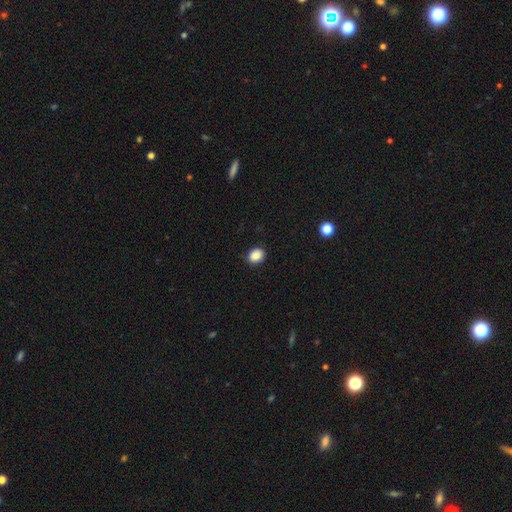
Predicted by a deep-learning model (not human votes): A smooth galaxy with no disk features (87%) that is round (53%).

Vote fractions:
- Smooth or featured? smooth: 87% / star or artifact: 9% / featured or disk: 4%
- How rounded? round: 53% / in between: 46% / cigar-shaped: 1%
- Merging? none: 88% / minor disturbance: 9% / major disturbance: 2% / merger: 1%